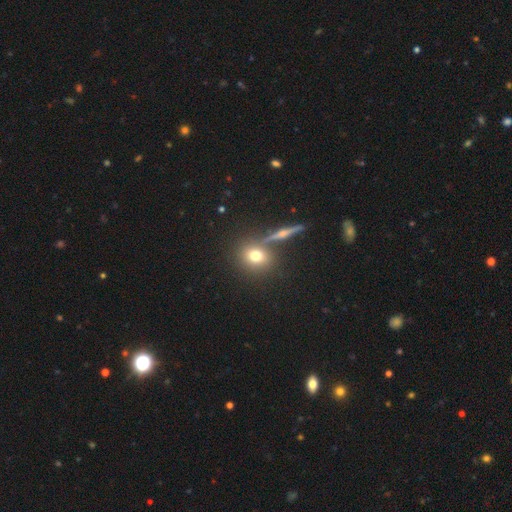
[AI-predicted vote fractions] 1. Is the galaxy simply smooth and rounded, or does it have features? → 69% smooth, 17% featured or disk, 14% star or artifact.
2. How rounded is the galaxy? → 78% round, 19% in between, 3% cigar-shaped.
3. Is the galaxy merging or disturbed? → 72% none, 14% merger, 10% minor disturbance, 4% major disturbance.